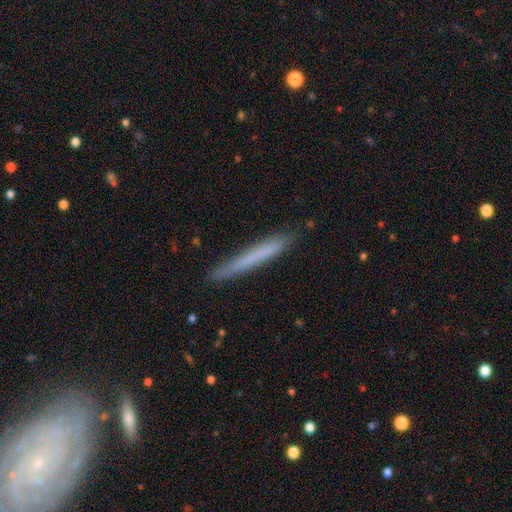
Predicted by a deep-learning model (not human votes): smooth-or-featured: smooth: 65% | featured or disk: 28% | star or artifact: 7%
  how-rounded: cigar-shaped: 97% | in between: 2% | round: 1%
  merging: none: 87% | minor disturbance: 10% | major disturbance: 2% | merger: 1%